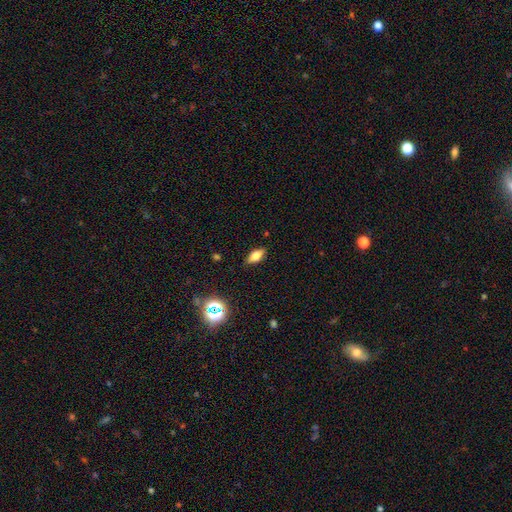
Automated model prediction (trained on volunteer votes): Smooth or featured? smooth (63%)
How rounded? in between (78%)
Merging? none (86%)